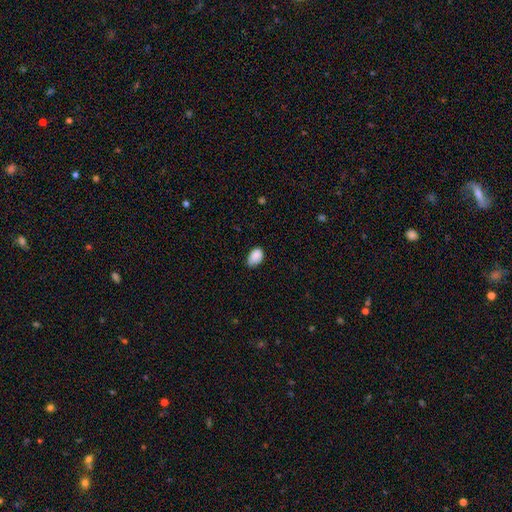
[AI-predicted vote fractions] This appears to be a smooth galaxy with no disk features (87%) that is in between round and cigar-shaped (87%). Merging: none (64%).